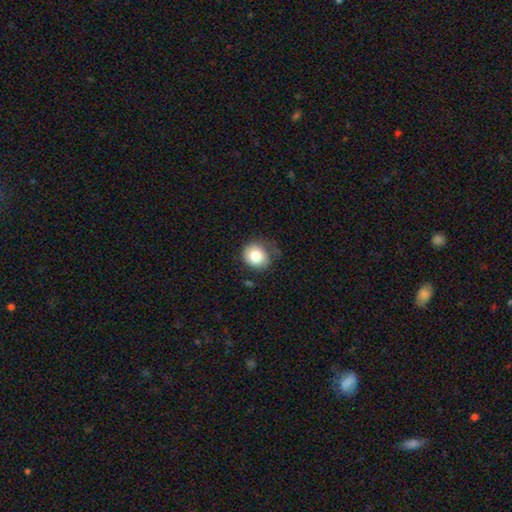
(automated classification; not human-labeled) The model was most divided on "merging": none: 61%, minor disturbance: 28%, major disturbance: 10%, merger: 2%. More confident: smooth or featured — smooth (80%); how rounded — round (78%).